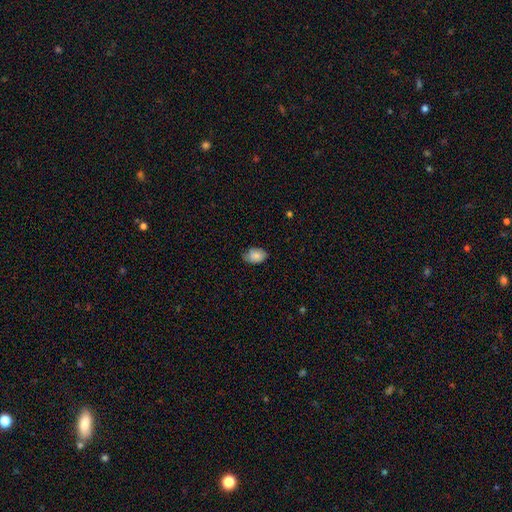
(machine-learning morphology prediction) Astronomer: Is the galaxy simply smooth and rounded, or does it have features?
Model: smooth — 82%.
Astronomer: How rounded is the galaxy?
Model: in between — 83%.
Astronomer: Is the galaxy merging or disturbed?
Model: none — 69%.